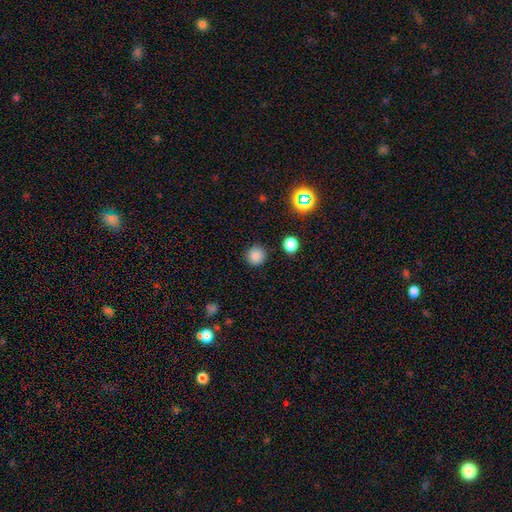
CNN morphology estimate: A smooth galaxy with no disk features (83%) that is round (94%). Merging: none (88%).